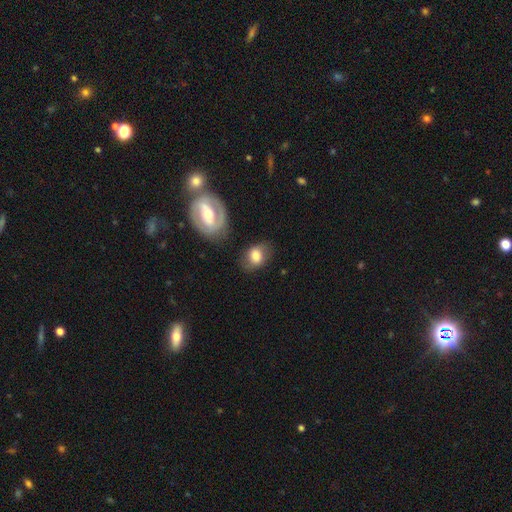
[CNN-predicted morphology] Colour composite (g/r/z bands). It shows a smooth galaxy with no disk features (72%) that is in between round and cigar-shaped (67%). Merging: none (65%).